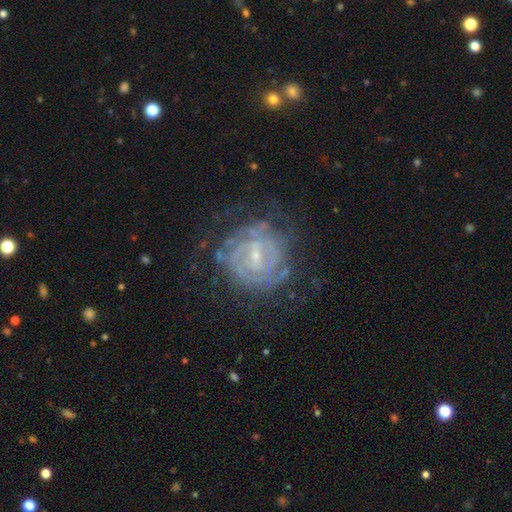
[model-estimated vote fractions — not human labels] Q: Smooth or featured?
A: featured or disk (84%); runner-up: smooth (9%)
Q: Edge-on disk?
A: no (97%); runner-up: yes (3%)
Q: Bar?
A: weak (56%); runner-up: strong (22%)
Q: Spiral arms?
A: yes (92%); runner-up: no (8%)
Q: Spiral winding?
A: tight (72%); runner-up: medium (23%)
Q: Spiral arm count?
A: can't tell (41%); runner-up: 2 (29%)
Q: Bulge size?
A: small (73%); runner-up: moderate (20%)
Q: Merging?
A: none (69%); runner-up: minor disturbance (19%)